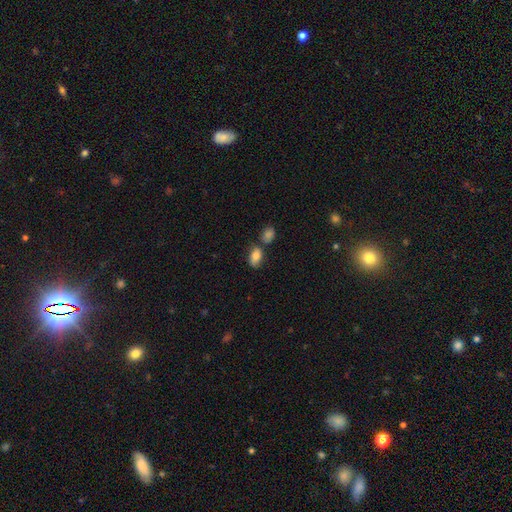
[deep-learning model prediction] Smooth or featured? smooth (77%)
How rounded? in between (87%)
Merging? none (61%)